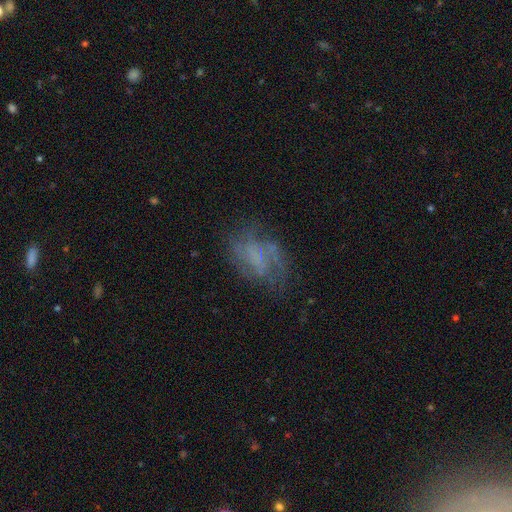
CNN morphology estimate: The model was most divided on "smooth or featured": featured or disk: 56%, smooth: 29%, star or artifact: 15%. More confident: edge-on disk — no (96%); spiral arms — yes (67%); bulge size — none (67%); bar — no (63%); merging — none (57%).